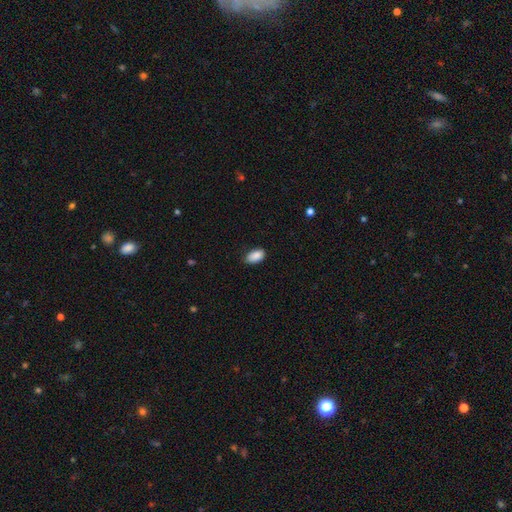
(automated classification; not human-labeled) Smooth or featured? Predicted: smooth (p=0.89). How rounded? Predicted: in between (p=0.94). Merging? Predicted: none (p=0.82).